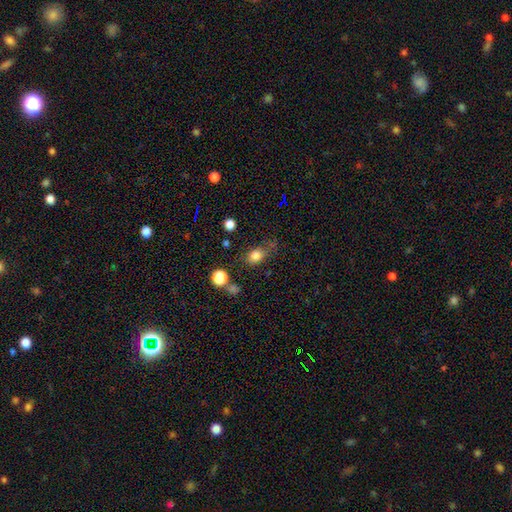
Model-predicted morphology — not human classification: This appears to be a smooth galaxy with no disk features (81%) that is in between round and cigar-shaped (56%). Merging: none (60%).